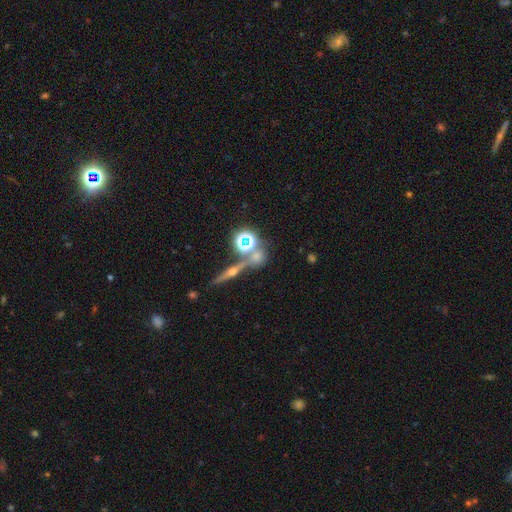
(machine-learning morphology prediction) This is possibly a featured or disk galaxy (45%). Merging: likely none (70%).